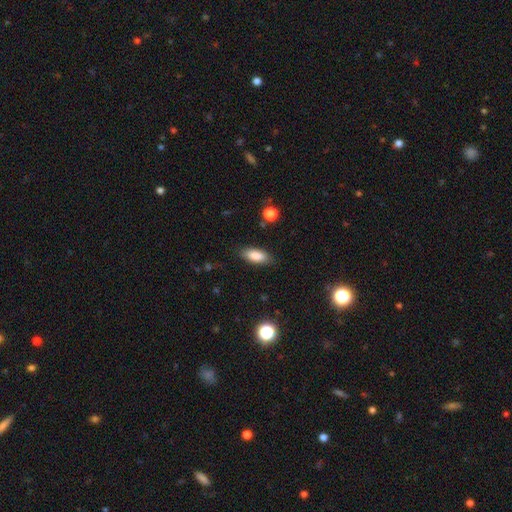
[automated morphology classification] Smooth or featured: smooth — 85% (featured or disk — 7%)
How rounded: in between — 82% (cigar-shaped — 16%)
Merging: none — 84% (minor disturbance — 12%)